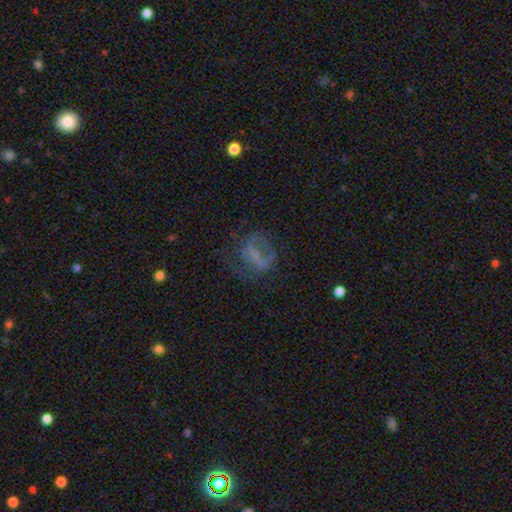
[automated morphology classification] Smooth or featured: featured or disk — 48% (smooth — 36%)
Merging: none — 44% (major disturbance — 34%)